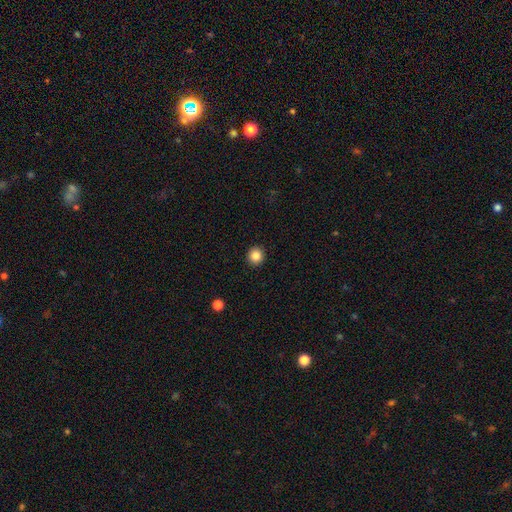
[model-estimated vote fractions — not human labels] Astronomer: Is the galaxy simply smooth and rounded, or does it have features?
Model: smooth — 85%.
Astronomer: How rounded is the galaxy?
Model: round — 91%.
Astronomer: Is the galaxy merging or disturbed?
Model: none — 93%.